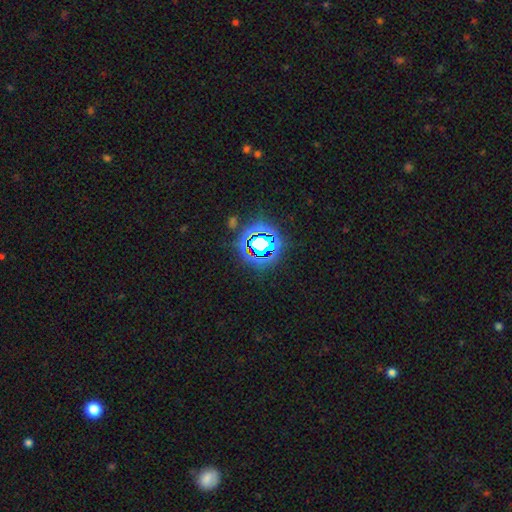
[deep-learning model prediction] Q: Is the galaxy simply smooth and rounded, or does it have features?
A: star or artifact — 79%.